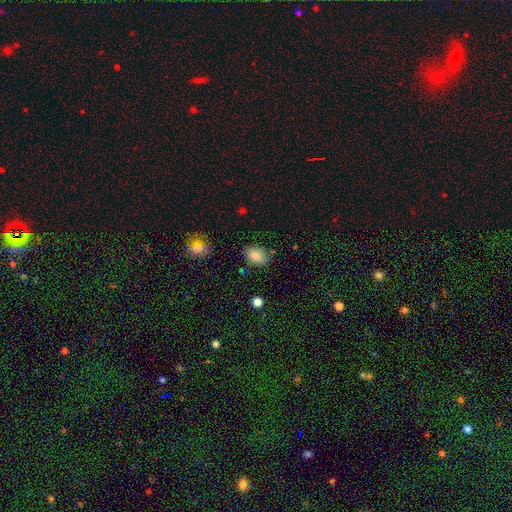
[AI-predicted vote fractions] Smooth or featured?
  - smooth: 84% *
  - star or artifact: 9%
  - featured or disk: 8%
How rounded?
  - in between: 73% *
  - round: 26%
  - cigar-shaped: 1%
Merging?
  - none: 73% *
  - minor disturbance: 20%
  - major disturbance: 4%
  - merger: 4%